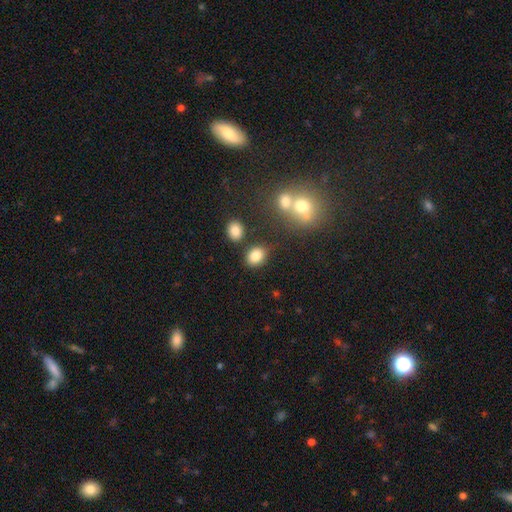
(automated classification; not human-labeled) Morphology: type=smooth (83%); roundness=in between (57%); merging=none (77%).